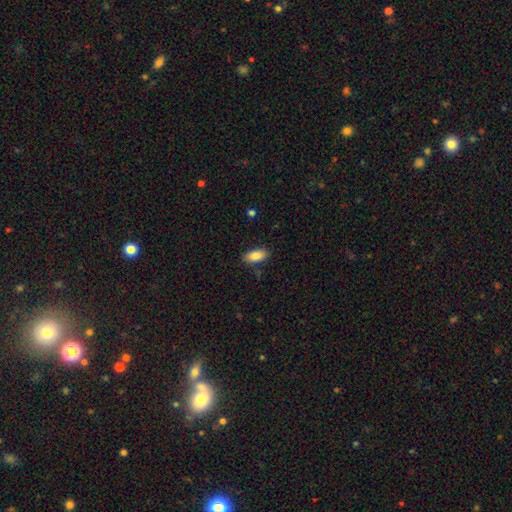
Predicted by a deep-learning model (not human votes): A smooth galaxy with no disk features (86%) that is in between round and cigar-shaped (89%). Merging: none (83%).